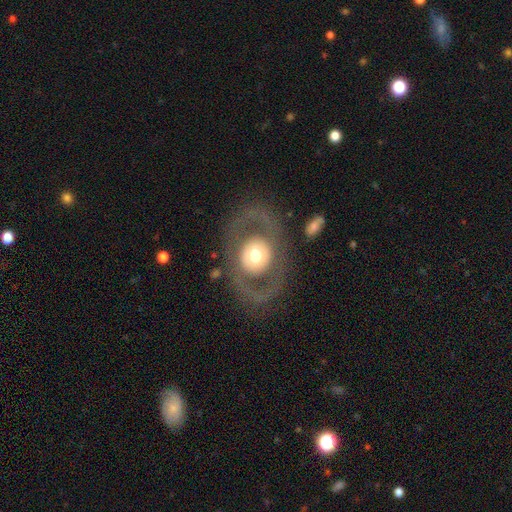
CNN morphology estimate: smooth_or_featured: featured or disk (p=0.58) [alt: smooth p=0.36]
disk_edge_on: no (p=0.93) [alt: yes p=0.07]
bar: no (p=0.79) [alt: weak p=0.14]
has_spiral_arms: no (p=0.76) [alt: yes p=0.24]
bulge_size: moderate (p=0.54) [alt: large p=0.34]
merging: none (p=0.76) [alt: major disturbance p=0.12]